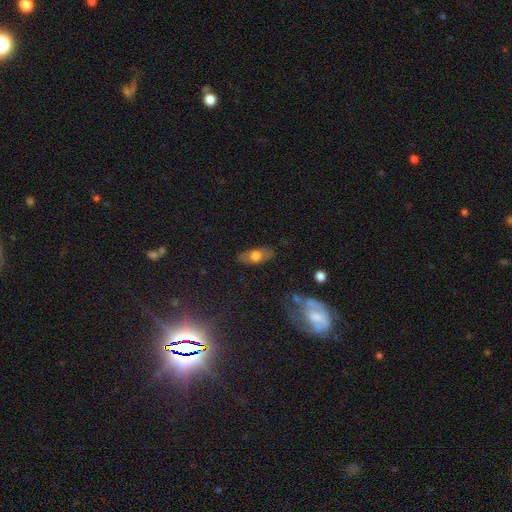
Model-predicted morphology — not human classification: This appears to be a smooth galaxy with no disk features (59%) that is in between round and cigar-shaped (79%). Merging: none (81%).